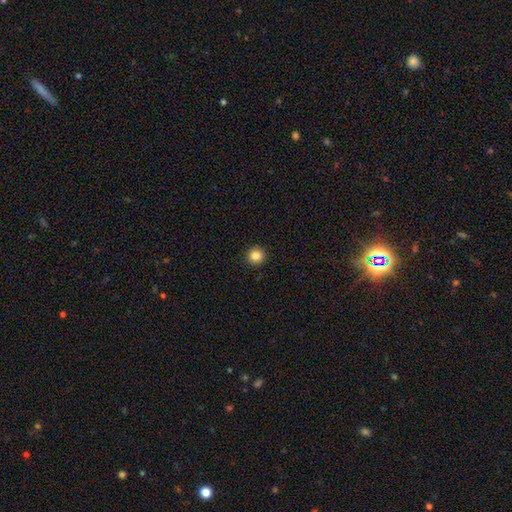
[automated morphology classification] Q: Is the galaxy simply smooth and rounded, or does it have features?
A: smooth — 84%.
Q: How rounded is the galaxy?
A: round — 96%.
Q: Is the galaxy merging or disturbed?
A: none — 94%.